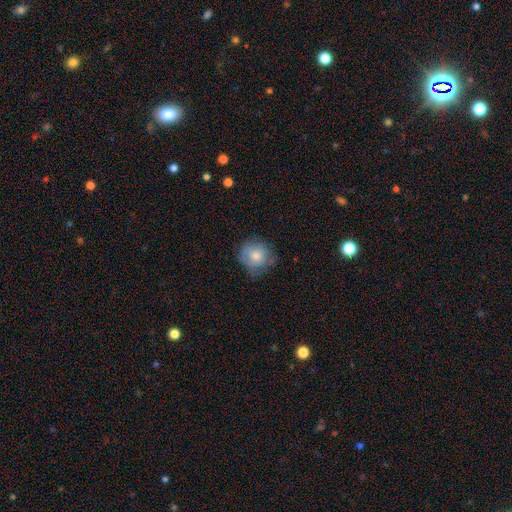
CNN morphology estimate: smooth-or-featured: smooth: 74% | featured or disk: 18% | star or artifact: 8%
  how-rounded: round: 85% | in between: 14% | cigar-shaped: 1%
  merging: none: 63% | minor disturbance: 26% | major disturbance: 9% | merger: 1%